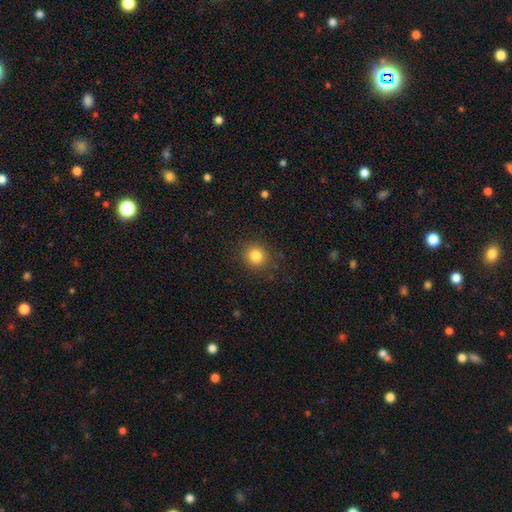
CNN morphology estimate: Smooth or featured? Predicted: smooth (p=0.82). How rounded? Predicted: round (p=0.87). Merging? Predicted: none (p=0.88).